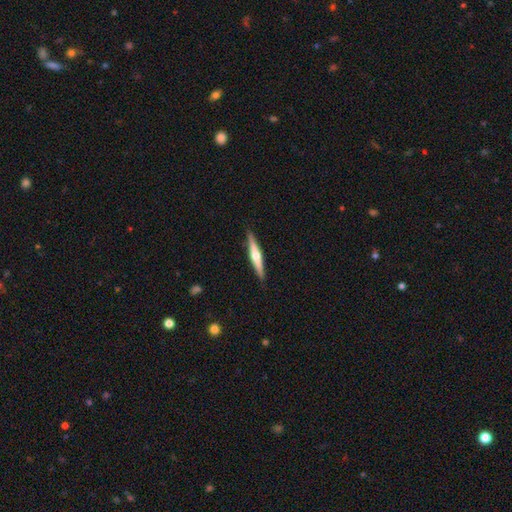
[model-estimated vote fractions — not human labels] Overall: featured or disk (67%; smooth 28%). Edge-on disk: yes (97%). Edge-on bulge: rounded (90%). Merging: none (91%).